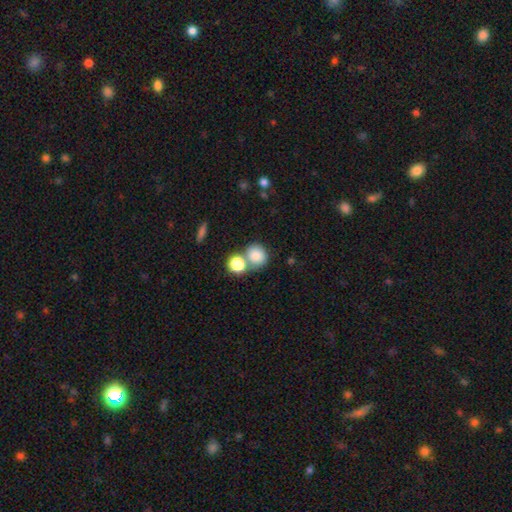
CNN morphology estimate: This appears to be a smooth galaxy with no disk features (83%) that is round (76%). Merging: none (48%).